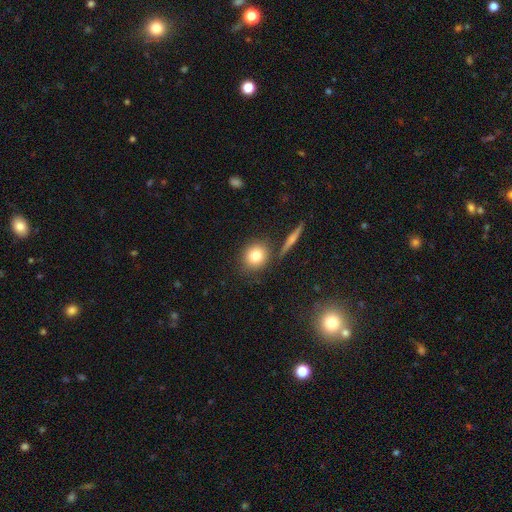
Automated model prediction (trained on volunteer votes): Smooth or featured? Predicted: smooth (p=0.80). How rounded? Predicted: round (p=0.80). Merging? Predicted: none (p=0.79).